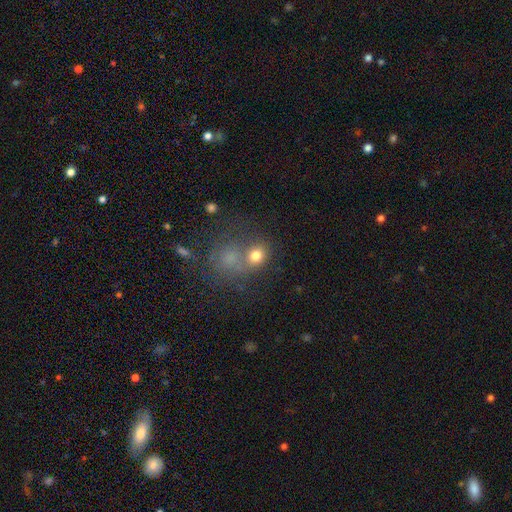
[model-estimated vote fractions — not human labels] The model was most divided on "merging": none: 47%, merger: 32%, minor disturbance: 12%, major disturbance: 9%. More confident: smooth or featured — smooth (74%); how rounded — round (66%).